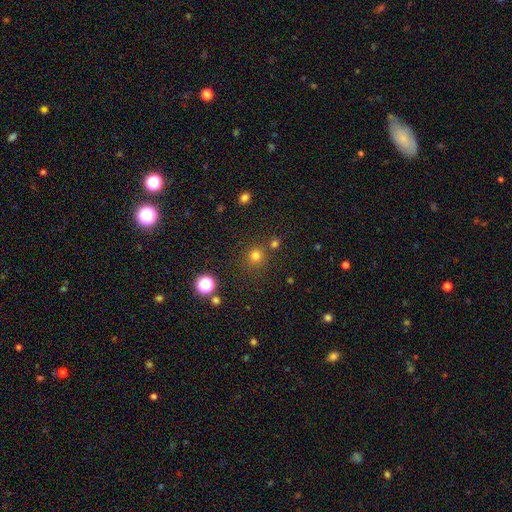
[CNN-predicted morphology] Overall: smooth (74%). How rounded: round (89%). Merging: none (78%).